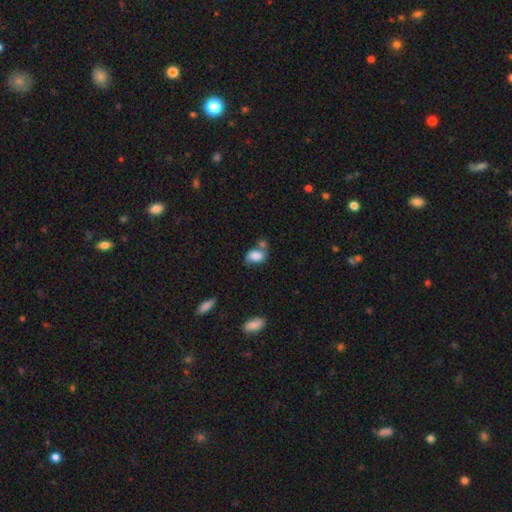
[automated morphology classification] A smooth galaxy with no disk features (81%) that is in between round and cigar-shaped (80%). Merging: none (37%).